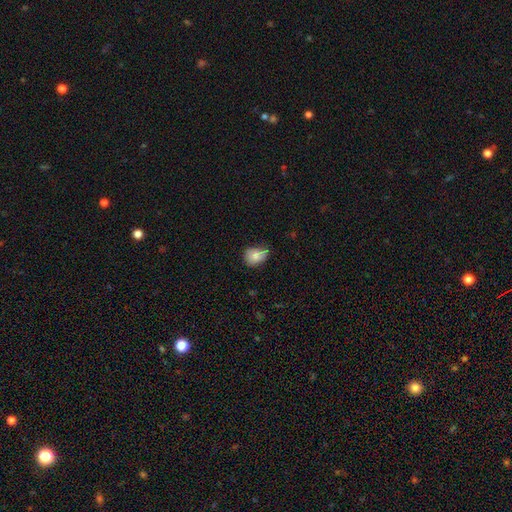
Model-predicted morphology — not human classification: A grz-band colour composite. It shows a smooth galaxy with no disk features (77%) that is in between round and cigar-shaped (55%). Merging: minor disturbance (44%).